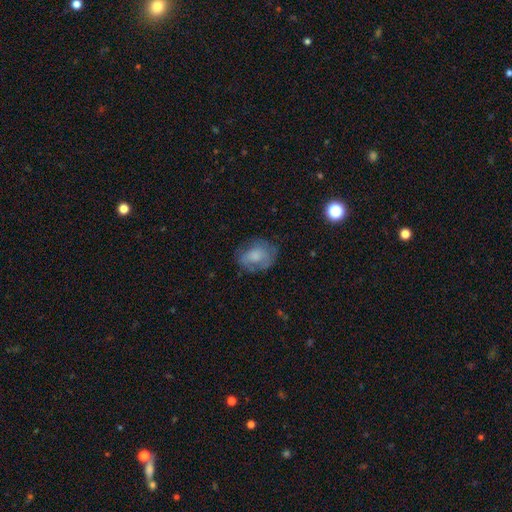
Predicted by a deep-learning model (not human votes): smooth-or-featured: smooth: 60% | featured or disk: 31% | star or artifact: 9%
  how-rounded: in between: 52% | round: 47% | cigar-shaped: 1%
  merging: none: 62% | minor disturbance: 24% | major disturbance: 12% | merger: 2%